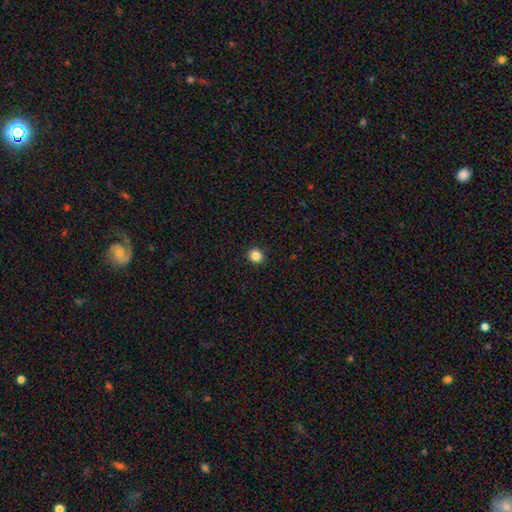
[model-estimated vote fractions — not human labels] Morphology: type=smooth (85%); roundness=round (89%); merging=none (93%).